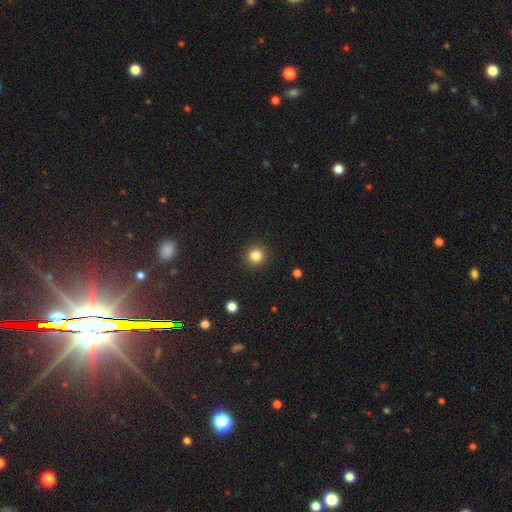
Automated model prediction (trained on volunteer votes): This appears to be a smooth galaxy with no disk features (83%) that is round (94%). Merging: none (92%).